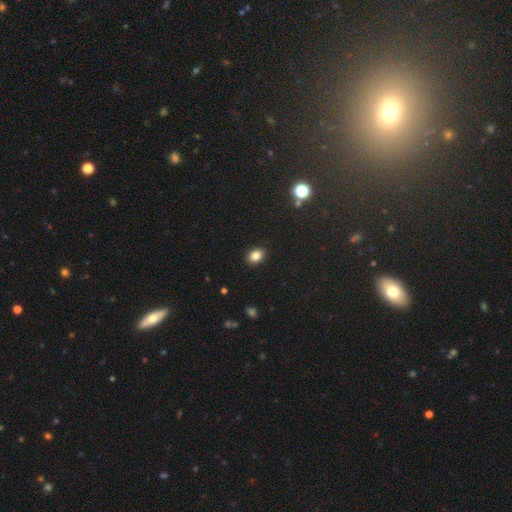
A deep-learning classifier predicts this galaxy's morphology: Smooth or featured? Predicted: smooth (p=0.84). How rounded? Predicted: in between (p=0.60). Merging? Predicted: none (p=0.90).